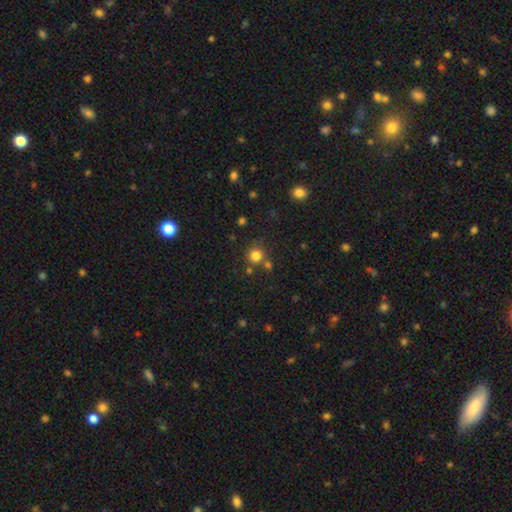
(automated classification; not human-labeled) Smooth or featured? smooth (80%)
How rounded? round (92%)
Merging? none (73%)